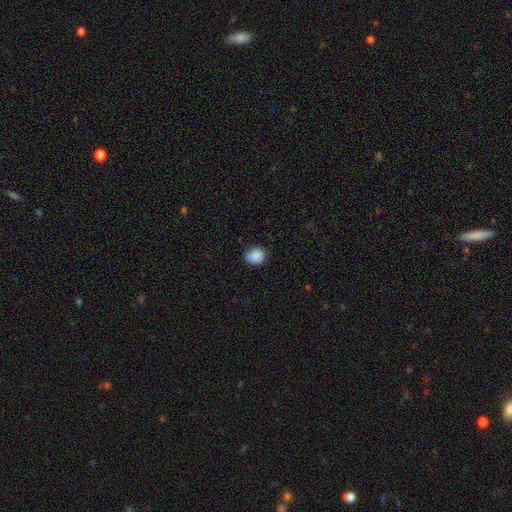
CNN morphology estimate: Smooth or featured?
  - smooth: 88% *
  - star or artifact: 9%
  - featured or disk: 4%
How rounded?
  - round: 62% *
  - in between: 37%
  - cigar-shaped: 1%
Merging?
  - none: 76% *
  - minor disturbance: 19%
  - major disturbance: 3%
  - merger: 2%